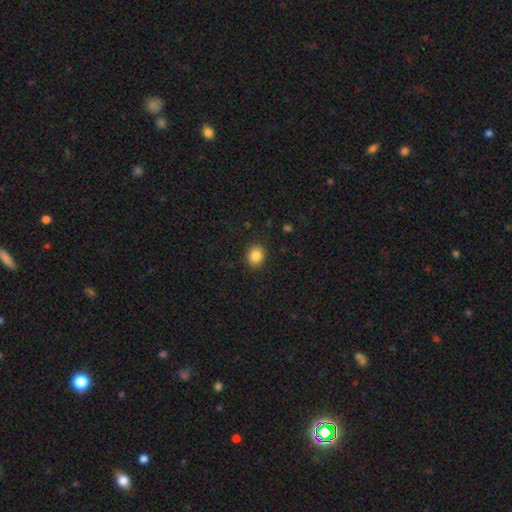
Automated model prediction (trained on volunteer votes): The model was most divided on "how rounded": round: 76%, in between: 23%, cigar-shaped: 1%. More confident: merging — none (90%); smooth or featured — smooth (85%).